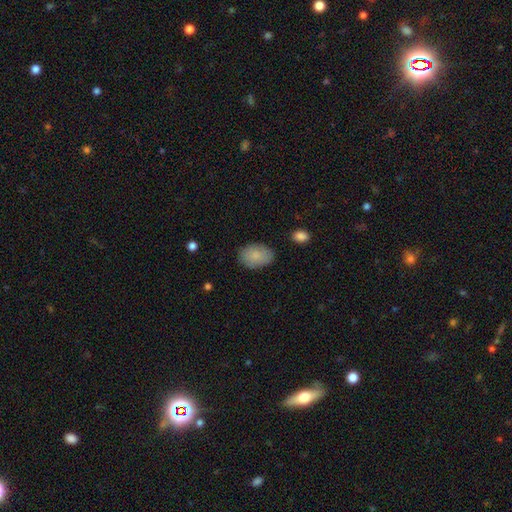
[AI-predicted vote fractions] Morphology: type=smooth (85%); roundness=in between (85%); merging=none (81%).